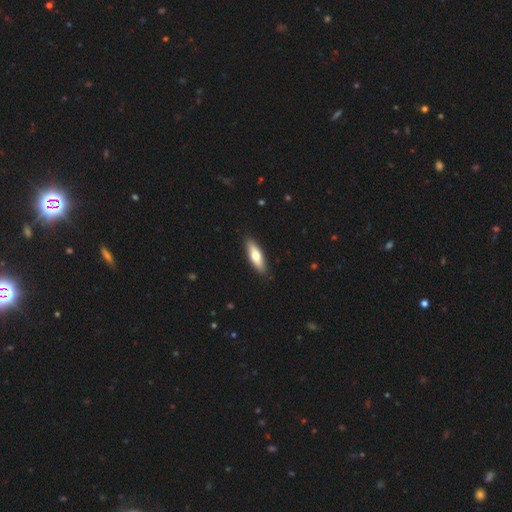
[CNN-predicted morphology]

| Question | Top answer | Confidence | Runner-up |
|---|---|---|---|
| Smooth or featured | smooth | 66% | featured or disk (29%) |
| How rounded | cigar-shaped | 52% | in between (46%) |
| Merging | none | 90% | minor disturbance (8%) |